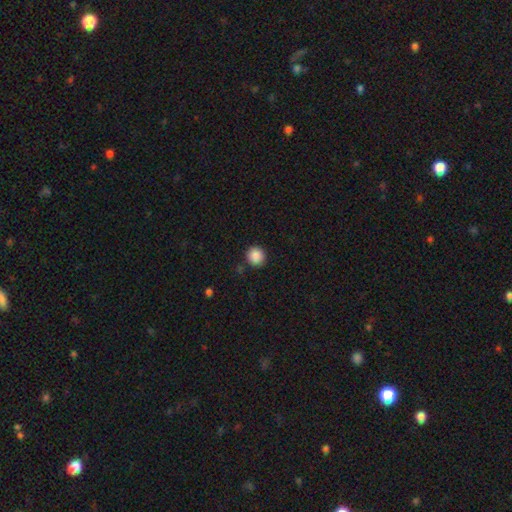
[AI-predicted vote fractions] This is clearly a smooth galaxy (87%). How rounded: clearly round (93%). Merging: clearly none (90%).